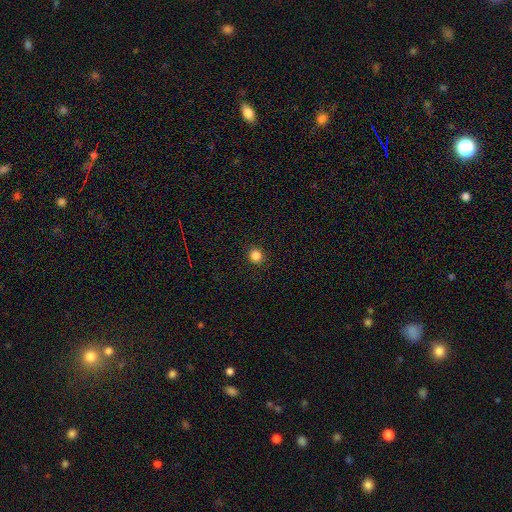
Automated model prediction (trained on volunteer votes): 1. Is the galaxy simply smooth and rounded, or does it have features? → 84% smooth, 12% star or artifact, 4% featured or disk.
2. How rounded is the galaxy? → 93% round, 6% in between, 1% cigar-shaped.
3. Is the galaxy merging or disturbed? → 91% none, 6% minor disturbance, 2% major disturbance, 1% merger.